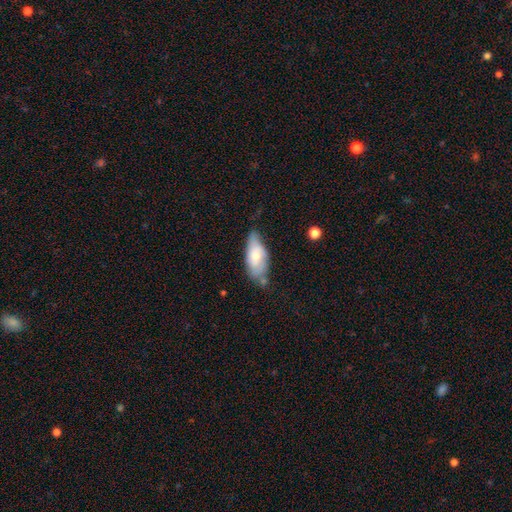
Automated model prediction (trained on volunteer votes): Overall: smooth (59%; featured or disk 35%). How rounded: in between (84%). Merging: none (49%; minor disturbance 34%).